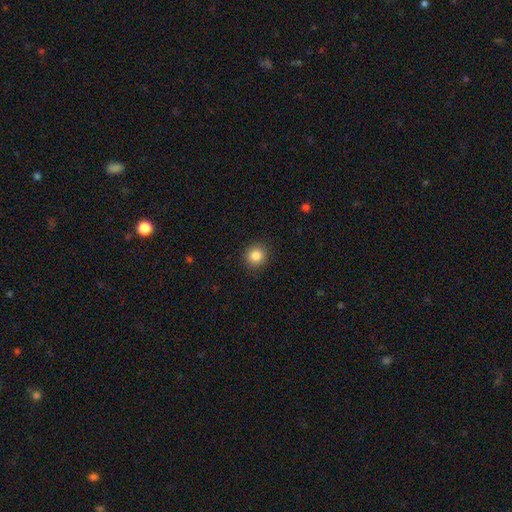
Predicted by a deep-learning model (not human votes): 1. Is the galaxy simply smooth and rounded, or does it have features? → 85% smooth, 10% star or artifact, 5% featured or disk.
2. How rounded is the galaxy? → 89% round, 10% in between, 1% cigar-shaped.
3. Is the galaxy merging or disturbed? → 91% none, 6% minor disturbance, 2% major disturbance, 1% merger.